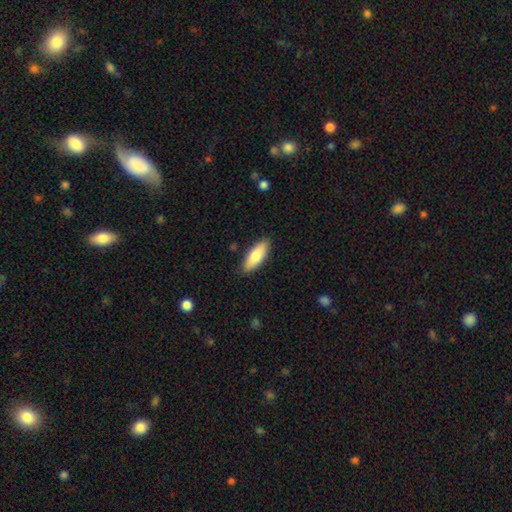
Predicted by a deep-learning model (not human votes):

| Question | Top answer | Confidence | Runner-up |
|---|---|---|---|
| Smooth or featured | smooth | 78% | featured or disk (16%) |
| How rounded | in between | 71% | cigar-shaped (27%) |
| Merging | none | 86% | minor disturbance (10%) |